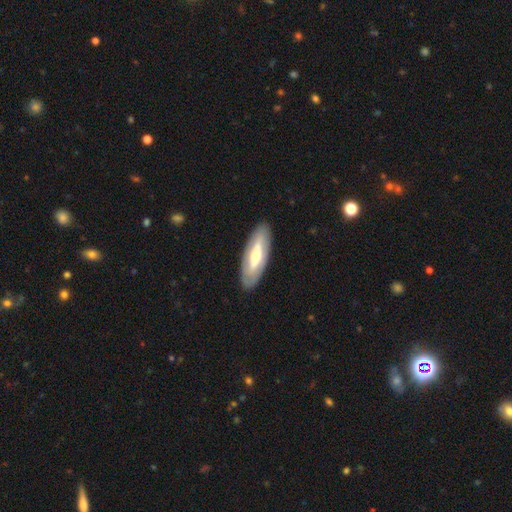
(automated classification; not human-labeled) Smooth or featured? Predicted: featured or disk (p=0.56). Edge-on disk? Predicted: no (p=0.71). Merging? Predicted: none (p=0.88).